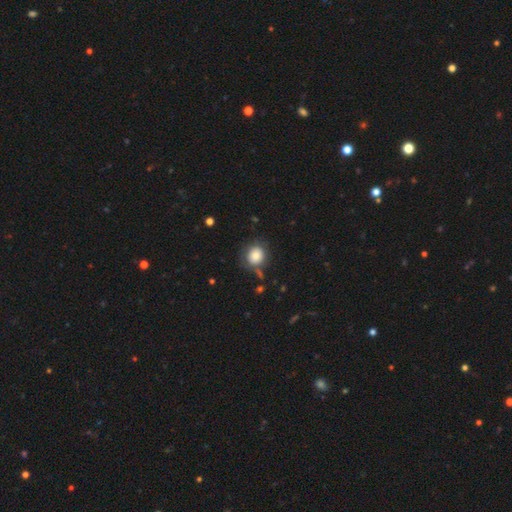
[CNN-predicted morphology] smooth 80%, featured or disk 11%, star or artifact 9%. Down the decision tree: how rounded — round (81%); merging — none (69%).